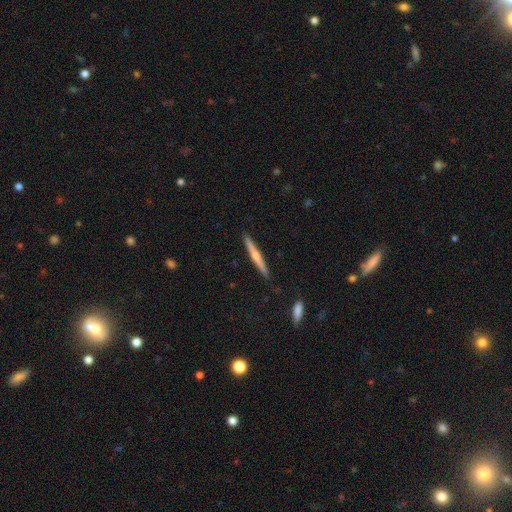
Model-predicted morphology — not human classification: A featured or disk galaxy (53%) viewed edge-on (98%) with a rounded central bulge (69%).

Vote fractions:
- Smooth or featured? featured or disk: 53% / smooth: 42% / star or artifact: 6%
- Edge-on disk? yes: 98% / no: 2%
- Edge-on bulge? rounded: 69% / none: 24% / boxy: 7%
- Merging? none: 91% / minor disturbance: 7% / major disturbance: 1% / merger: 1%